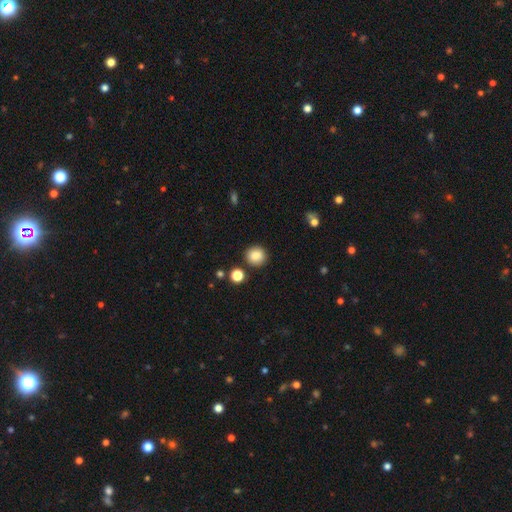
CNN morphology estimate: Smooth or featured: smooth — 85% (star or artifact — 10%)
How rounded: round — 90% (in between — 9%)
Merging: none — 87% (minor disturbance — 7%)